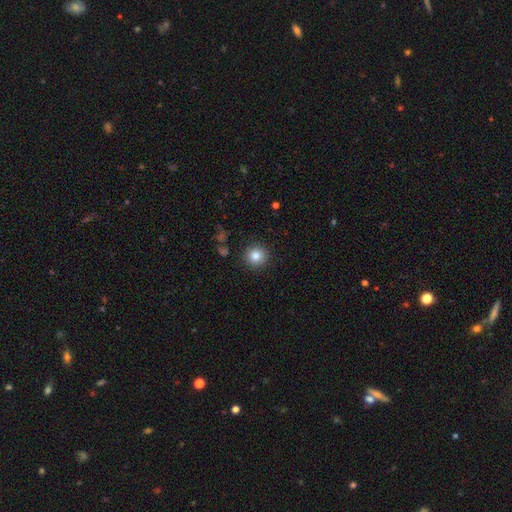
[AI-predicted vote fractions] Smooth or featured? smooth (84%)
How rounded? round (94%)
Merging? none (91%)